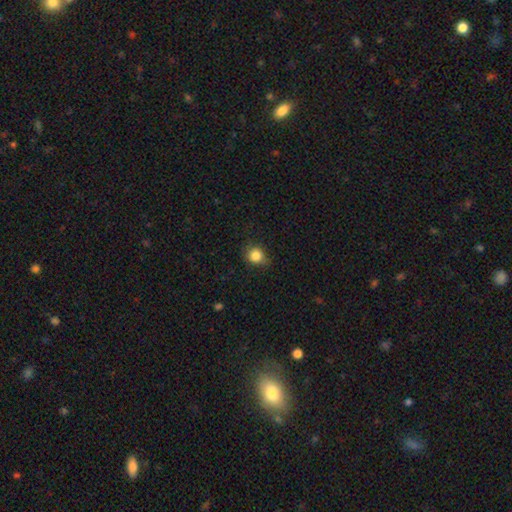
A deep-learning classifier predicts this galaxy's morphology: smooth-or-featured: smooth: 84% | star or artifact: 11% | featured or disk: 5%
  how-rounded: round: 82% | in between: 17% | cigar-shaped: 1%
  merging: none: 77% | minor disturbance: 18% | major disturbance: 4% | merger: 1%